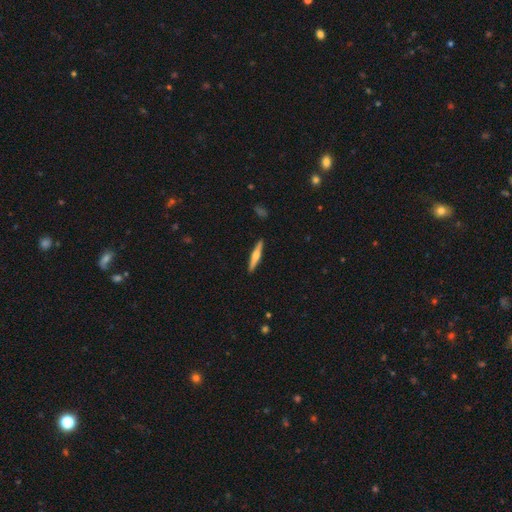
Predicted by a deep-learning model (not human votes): Smooth or featured? featured or disk (58%)
Edge-on disk? yes (97%)
Edge-on bulge? rounded (82%)
Merging? none (91%)